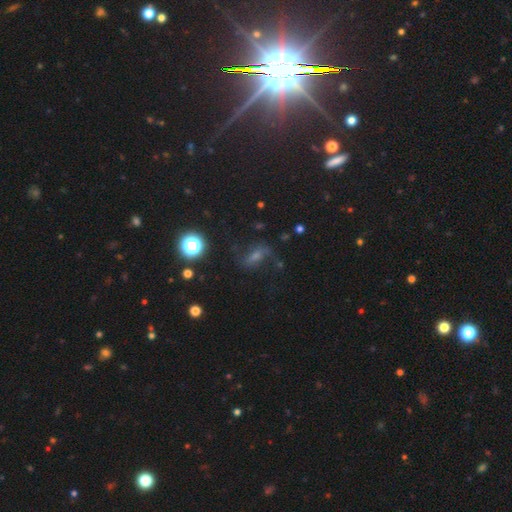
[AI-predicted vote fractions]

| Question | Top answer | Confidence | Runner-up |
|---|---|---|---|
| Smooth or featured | featured or disk | 41% | star or artifact (33%) |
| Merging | none | 65% | minor disturbance (18%) |